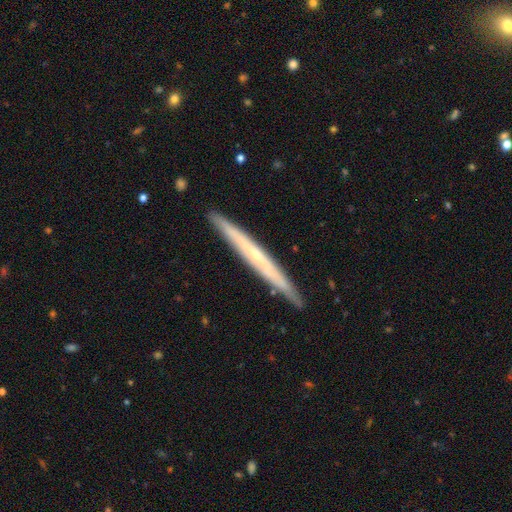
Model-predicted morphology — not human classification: A featured or disk galaxy (62%) viewed edge-on (95%) with no central bulge (63%).

Vote fractions:
- Smooth or featured? featured or disk: 62% / smooth: 32% / star or artifact: 6%
- Edge-on disk? yes: 95% / no: 5%
- Edge-on bulge? none: 63% / rounded: 33% / boxy: 3%
- Merging? none: 90% / minor disturbance: 7% / major disturbance: 1% / merger: 1%